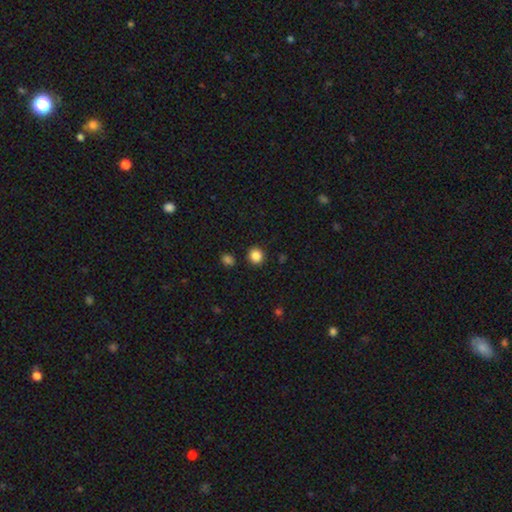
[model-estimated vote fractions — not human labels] The model was most divided on "smooth or featured": smooth: 86%, star or artifact: 10%, featured or disk: 4%. More confident: merging — none (90%); how rounded — round (88%).